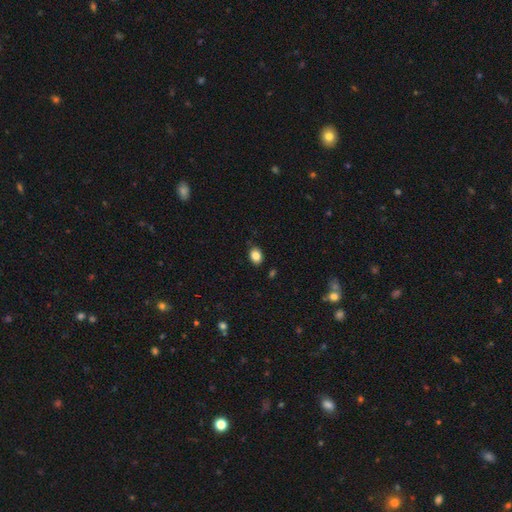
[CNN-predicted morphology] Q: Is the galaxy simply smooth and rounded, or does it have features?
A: smooth — 85%.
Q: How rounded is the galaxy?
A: in between — 68%.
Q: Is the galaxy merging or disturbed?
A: none — 86%.